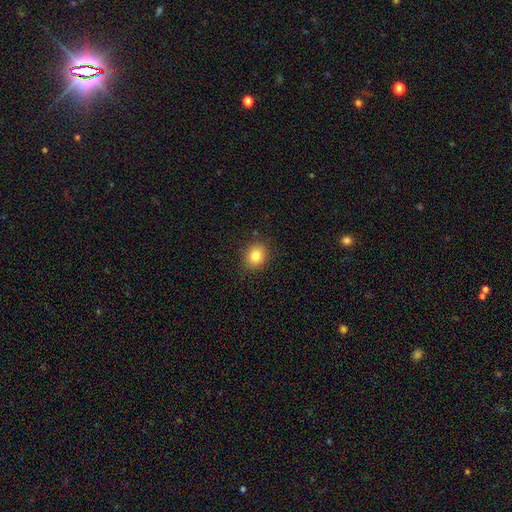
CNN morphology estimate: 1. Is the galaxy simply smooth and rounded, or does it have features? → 82% smooth, 11% star or artifact, 7% featured or disk.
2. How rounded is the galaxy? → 71% round, 28% in between, 1% cigar-shaped.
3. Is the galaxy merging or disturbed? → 88% none, 8% minor disturbance, 2% major disturbance, 1% merger.